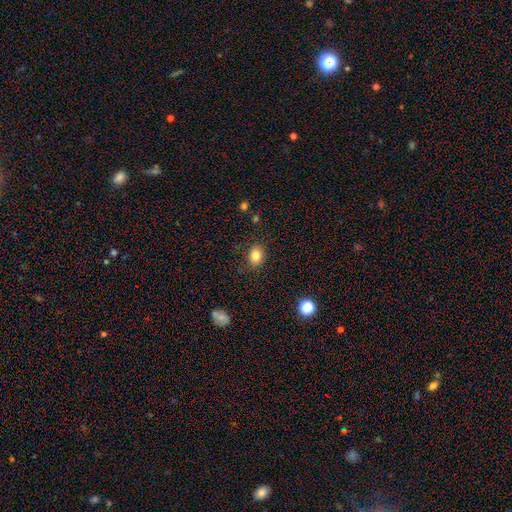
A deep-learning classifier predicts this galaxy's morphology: Smooth or featured?
  - smooth: 83% *
  - star or artifact: 10%
  - featured or disk: 7%
How rounded?
  - in between: 66% *
  - round: 33%
  - cigar-shaped: 1%
Merging?
  - none: 85% *
  - minor disturbance: 11%
  - major disturbance: 3%
  - merger: 1%